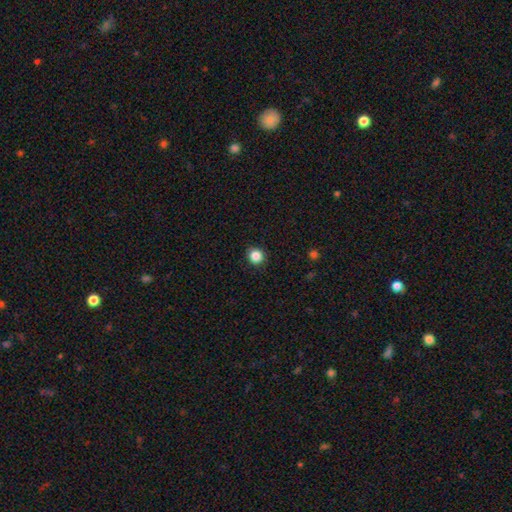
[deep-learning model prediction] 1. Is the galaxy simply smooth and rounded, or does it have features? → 86% smooth, 11% star or artifact, 3% featured or disk.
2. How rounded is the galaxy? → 92% round, 7% in between, 1% cigar-shaped.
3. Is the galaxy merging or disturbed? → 91% none, 6% minor disturbance, 2% major disturbance, 1% merger.